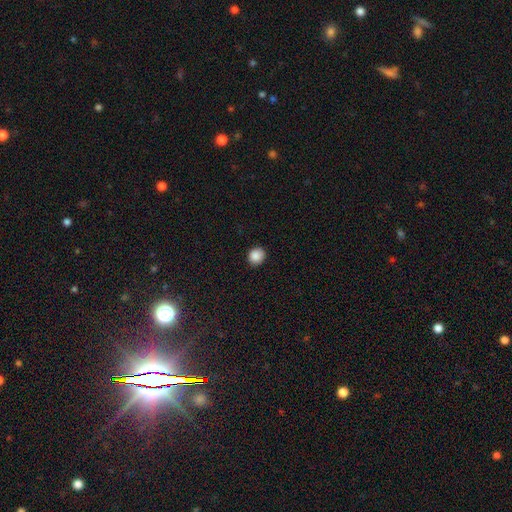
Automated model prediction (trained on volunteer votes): smooth 88%, star or artifact 9%, featured or disk 3%. Down the decision tree: how rounded — round (81%); merging — none (88%).